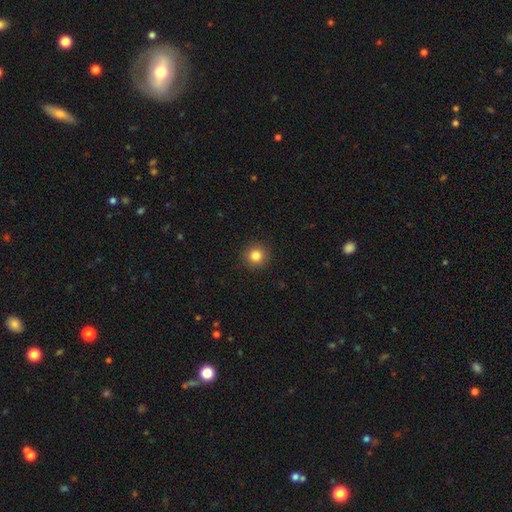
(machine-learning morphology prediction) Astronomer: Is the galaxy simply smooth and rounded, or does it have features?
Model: smooth — 83%.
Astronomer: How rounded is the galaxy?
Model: round — 94%.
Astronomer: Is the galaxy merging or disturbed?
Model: none — 92%.